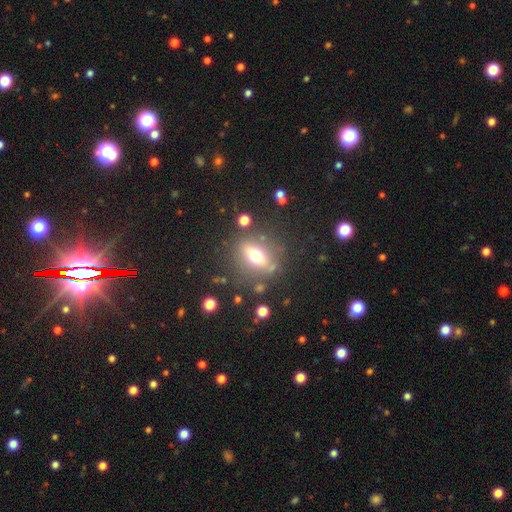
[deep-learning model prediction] A smooth galaxy with no disk features (55%) that is in between round and cigar-shaped (58%).

Vote fractions:
- Smooth or featured? smooth: 55% / featured or disk: 32% / star or artifact: 13%
- How rounded? in between: 58% / round: 30% / cigar-shaped: 12%
- Merging? none: 76% / minor disturbance: 12% / major disturbance: 6% / merger: 5%